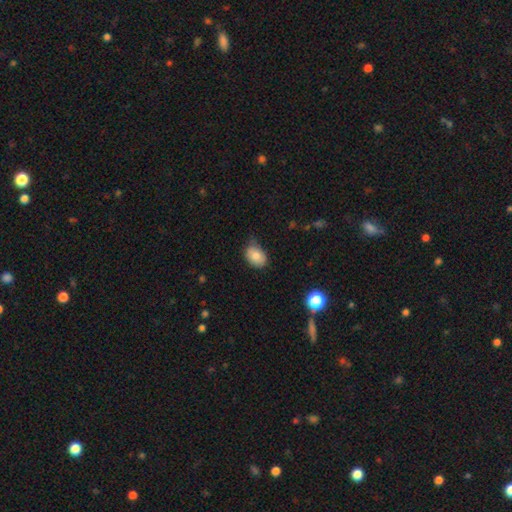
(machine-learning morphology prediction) A smooth galaxy with no disk features (81%) that is in between round and cigar-shaped (78%). Merging: none (61%).